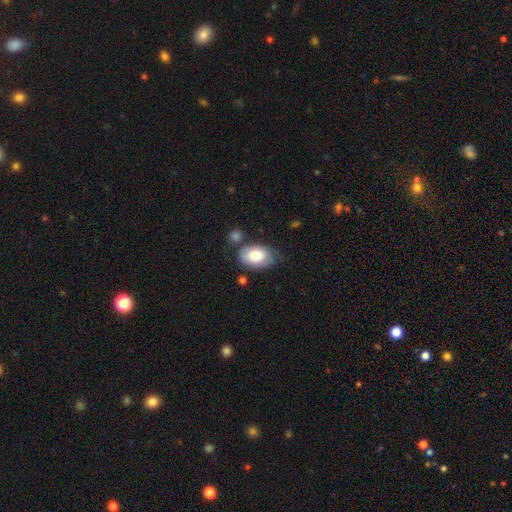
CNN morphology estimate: Smooth or featured? Predicted: smooth (p=0.81). How rounded? Predicted: in between (p=0.88). Merging? Predicted: none (p=0.54).